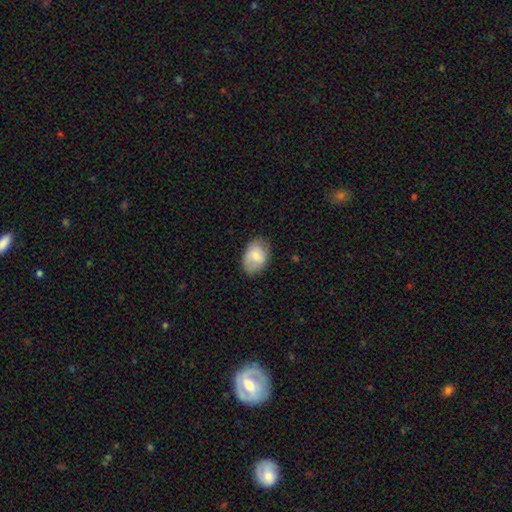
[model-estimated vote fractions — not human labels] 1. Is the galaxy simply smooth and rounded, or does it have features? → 75% smooth, 18% featured or disk, 7% star or artifact.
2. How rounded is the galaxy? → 80% in between, 19% round, 1% cigar-shaped.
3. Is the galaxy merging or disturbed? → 76% none, 18% minor disturbance, 5% major disturbance, 1% merger.